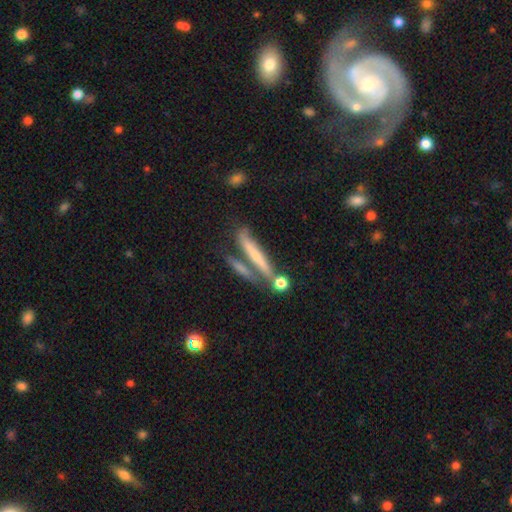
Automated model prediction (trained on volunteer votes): smooth-or-featured: featured or disk: 48% | smooth: 44% | star or artifact: 8%
  merging: none: 51% | merger: 25% | minor disturbance: 16% | major disturbance: 8%